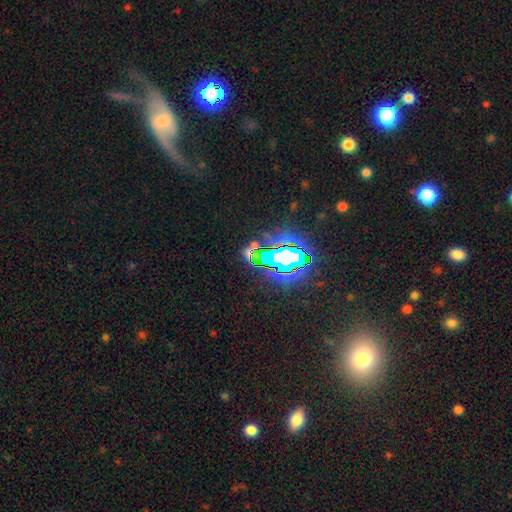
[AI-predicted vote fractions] A star or artifact, not a galaxy (71%).

Vote fractions:
- Smooth or featured? star or artifact: 71% / smooth: 17% / featured or disk: 11%